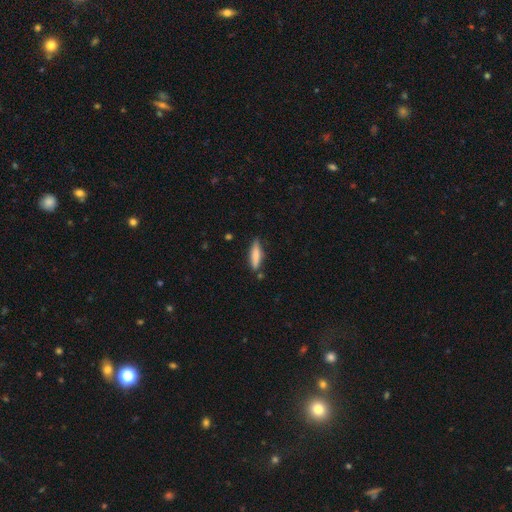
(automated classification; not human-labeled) Q: Smooth or featured?
A: smooth (75%); runner-up: featured or disk (19%)
Q: How rounded?
A: cigar-shaped (68%); runner-up: in between (30%)
Q: Merging?
A: none (74%); runner-up: minor disturbance (18%)